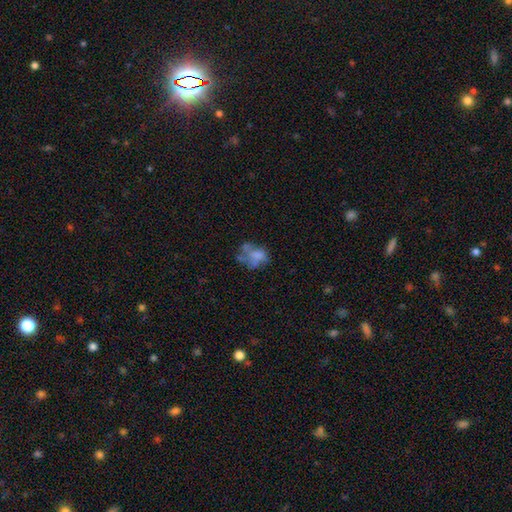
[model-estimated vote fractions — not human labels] A smooth galaxy with no disk features (47%).

Vote fractions:
- Smooth or featured? smooth: 47% / featured or disk: 40% / star or artifact: 13%
- Merging? none: 37% / major disturbance: 27% / minor disturbance: 22% / merger: 14%